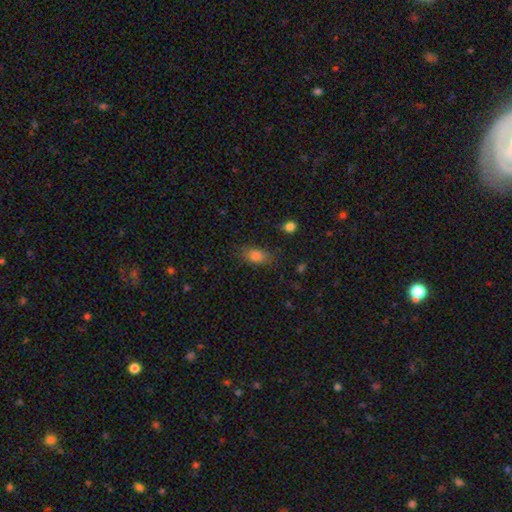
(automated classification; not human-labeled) This is clearly a smooth galaxy (83%). How rounded: clearly in between (85%). Merging: likely none (77%).